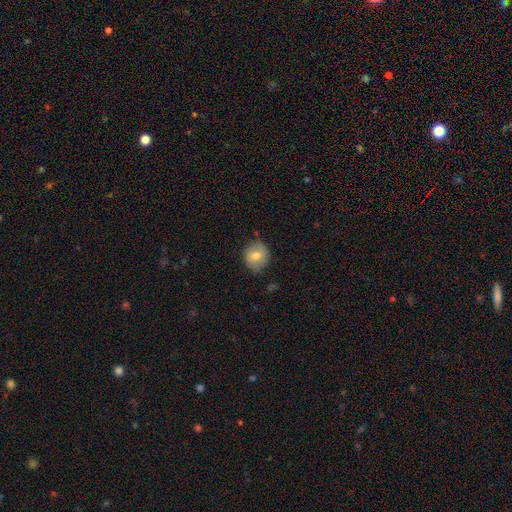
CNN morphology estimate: This is likely a smooth galaxy (72%). How rounded: clearly round (80%). Merging: clearly none (81%).